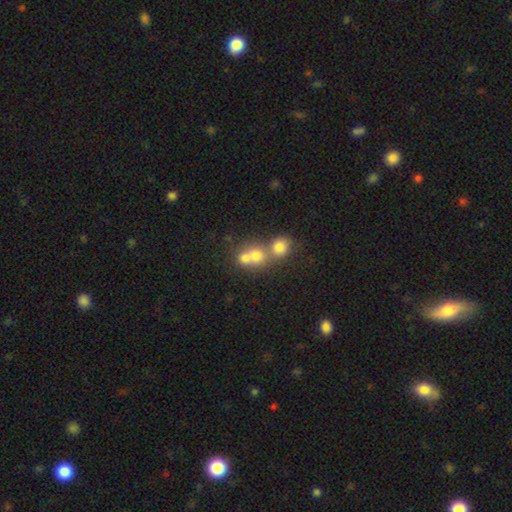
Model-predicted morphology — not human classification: This is likely a smooth galaxy (70%). How rounded: likely round (76%). Merging: likely merger (64%).